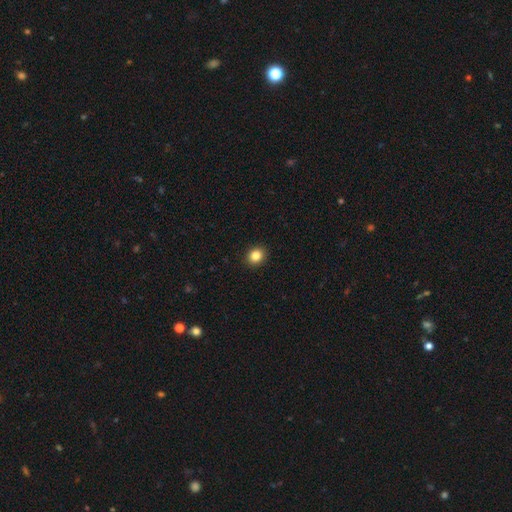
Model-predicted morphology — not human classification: Smooth or featured?
  - smooth: 85% *
  - star or artifact: 11%
  - featured or disk: 5%
How rounded?
  - round: 69% *
  - in between: 30%
  - cigar-shaped: 1%
Merging?
  - none: 92% *
  - minor disturbance: 5%
  - major disturbance: 2%
  - merger: 1%